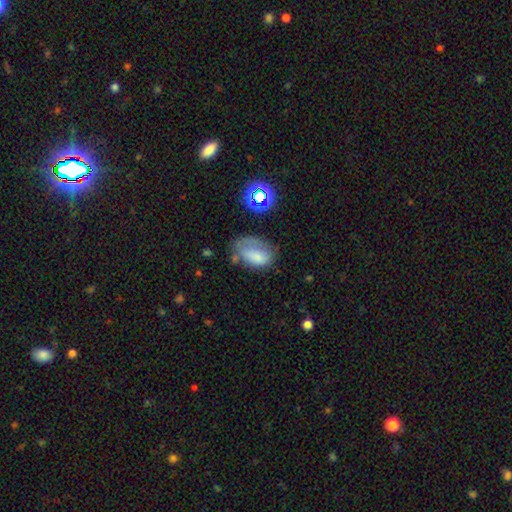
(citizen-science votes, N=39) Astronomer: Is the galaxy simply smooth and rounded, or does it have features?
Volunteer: smooth — 72%.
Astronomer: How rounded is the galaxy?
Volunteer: in between — 93%.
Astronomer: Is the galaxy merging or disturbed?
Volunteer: major disturbance — 46% (runner-up: none, 34%).